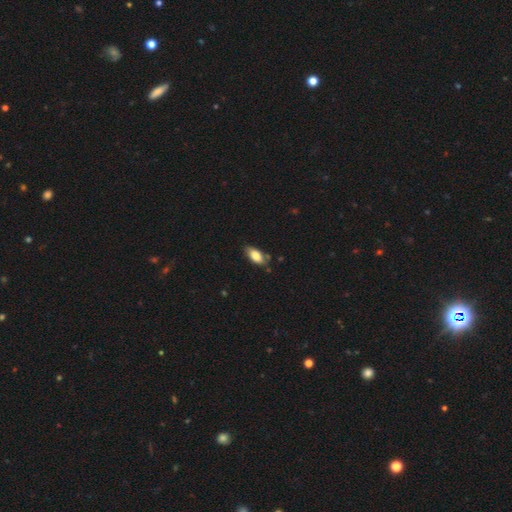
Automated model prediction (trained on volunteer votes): This is clearly a smooth galaxy (80%). How rounded: clearly in between (90%). Merging: likely none (71%).